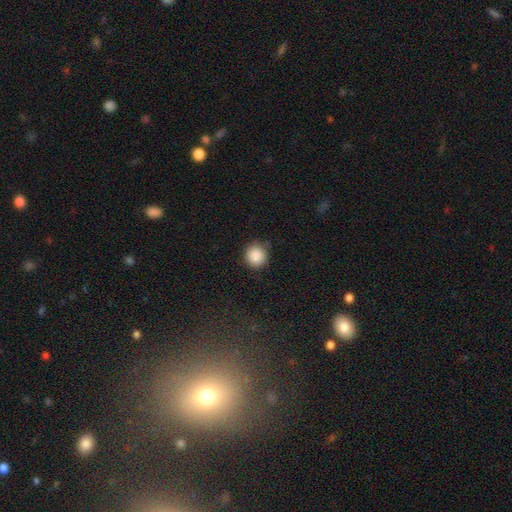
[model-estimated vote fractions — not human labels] smooth_or_featured: smooth (p=0.88) [alt: star or artifact p=0.09]
how_rounded: round (p=0.93) [alt: in between p=0.06]
merging: none (p=0.86) [alt: minor disturbance p=0.10]